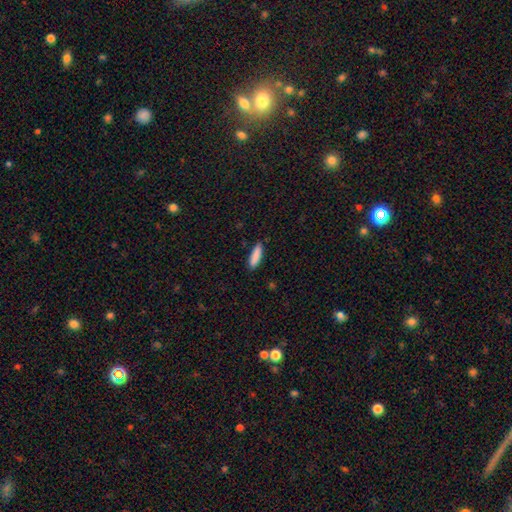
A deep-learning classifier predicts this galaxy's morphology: Q: Smooth or featured?
A: smooth (88%); runner-up: featured or disk (6%)
Q: How rounded?
A: cigar-shaped (70%); runner-up: in between (28%)
Q: Merging?
A: none (88%); runner-up: minor disturbance (9%)